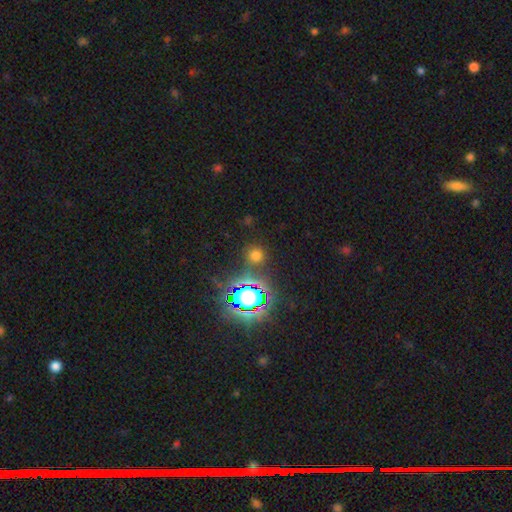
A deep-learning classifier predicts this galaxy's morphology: This is possibly a smooth galaxy (55%). How rounded: clearly round (89%). Merging: likely none (79%).